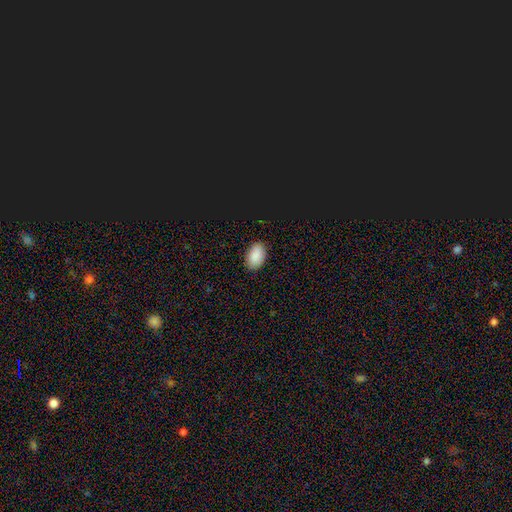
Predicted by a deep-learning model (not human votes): smooth 89%, star or artifact 8%, featured or disk 3%. Down the decision tree: how rounded — in between (91%); merging — none (87%).